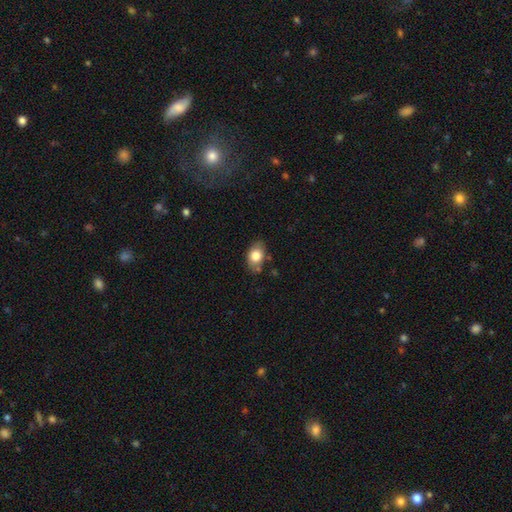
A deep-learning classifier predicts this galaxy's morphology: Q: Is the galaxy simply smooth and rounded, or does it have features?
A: smooth — 79%.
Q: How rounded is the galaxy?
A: in between — 80%.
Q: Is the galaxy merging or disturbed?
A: none — 73%.